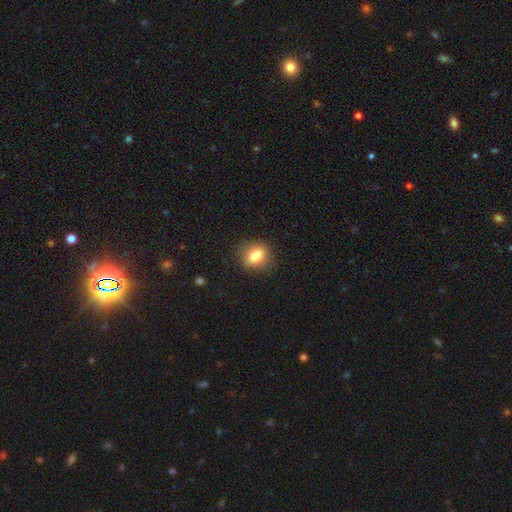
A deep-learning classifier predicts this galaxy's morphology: smooth_or_featured: smooth (p=0.79) [alt: featured or disk p=0.11]
how_rounded: round (p=0.58) [alt: in between p=0.40]
merging: none (p=0.87) [alt: minor disturbance p=0.09]